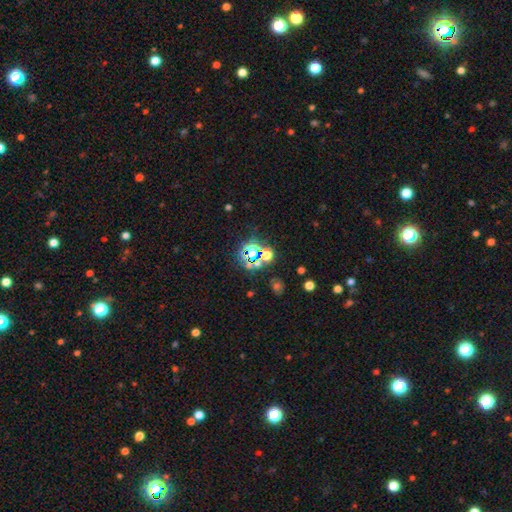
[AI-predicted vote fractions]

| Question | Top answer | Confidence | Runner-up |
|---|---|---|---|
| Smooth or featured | star or artifact | 67% | smooth (24%) |